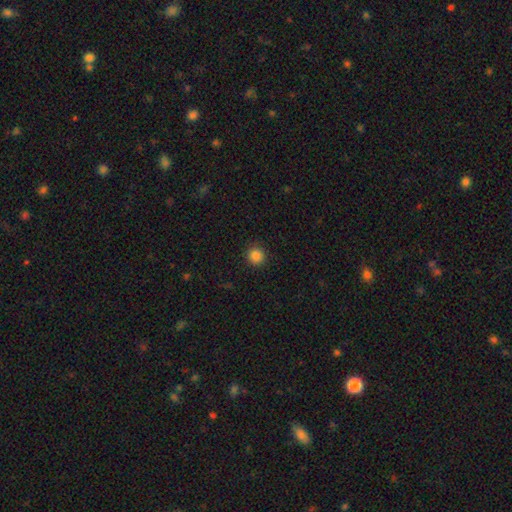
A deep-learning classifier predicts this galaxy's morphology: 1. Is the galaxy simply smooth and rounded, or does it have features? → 86% smooth, 11% star or artifact, 3% featured or disk.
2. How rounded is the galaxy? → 93% round, 6% in between, 1% cigar-shaped.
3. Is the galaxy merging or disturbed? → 91% none, 6% minor disturbance, 2% major disturbance, 1% merger.